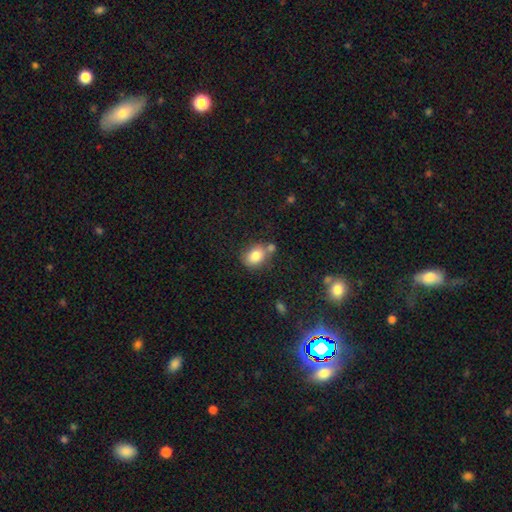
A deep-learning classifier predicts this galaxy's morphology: This is clearly a smooth galaxy (81%). How rounded: possibly in between (57%). Merging: possibly none (55%).